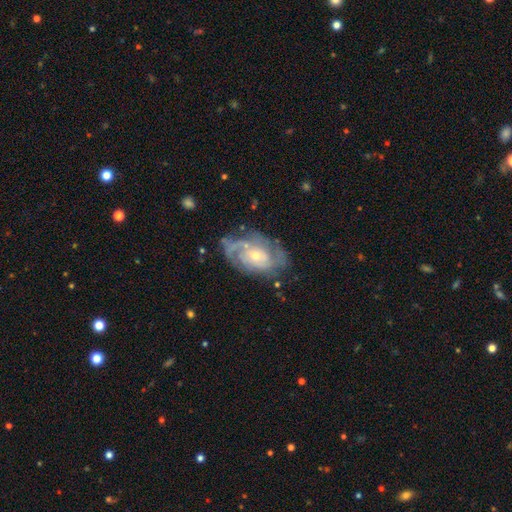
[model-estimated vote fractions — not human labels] The model was most divided on "spiral arm count": 2: 35%, can't tell: 31%, 3: 18%, 4: 6%, 1: 6%, more than 4: 4%. Remaining: edge-on disk — no (96%); spiral arms — yes (93%); smooth or featured — featured or disk (84%); bar — no (69%); merging — none (65%); bulge size — small (57%); spiral winding — tight (50%).